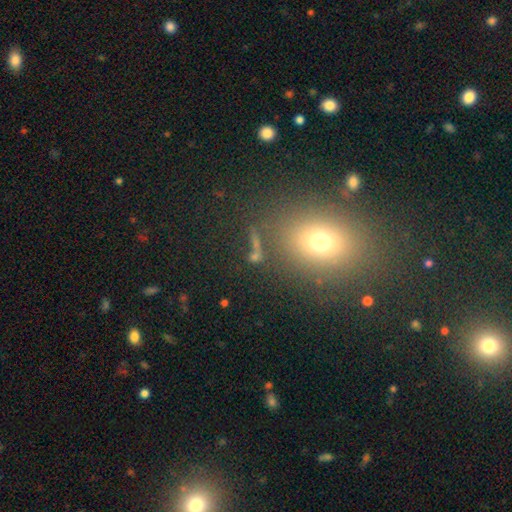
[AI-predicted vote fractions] smooth-or-featured: smooth: 54% | star or artifact: 31% | featured or disk: 15%
  how-rounded: round: 49% | in between: 41% | cigar-shaped: 10%
  merging: none: 76% | minor disturbance: 10% | merger: 8% | major disturbance: 6%